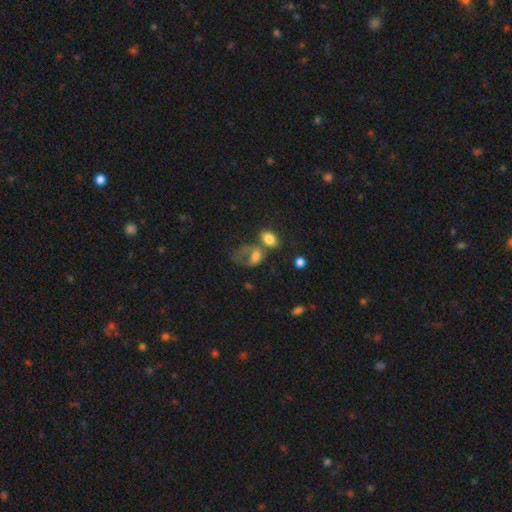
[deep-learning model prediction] This appears to be a smooth galaxy with no disk features (67%) that is in between round and cigar-shaped (76%). Merging: merger (37%).